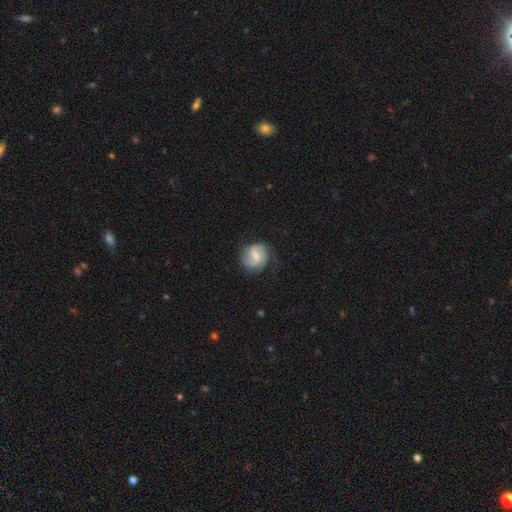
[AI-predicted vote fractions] A featured or disk galaxy (67%) with a weak bar (58%), 2 (80%) medium (46%) spiral arms (92%) and a small central bulge (44%). Merging: none (70%).